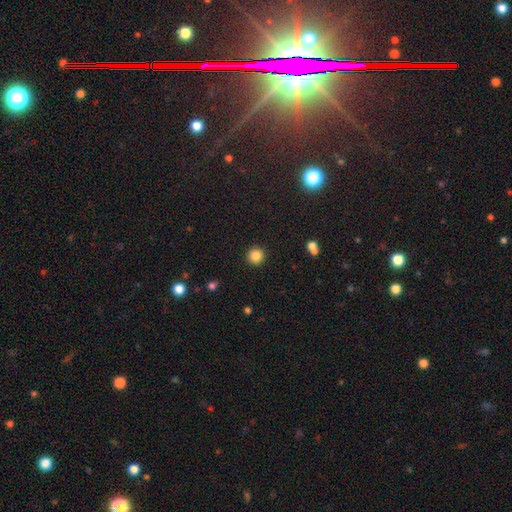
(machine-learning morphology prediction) This is clearly a smooth galaxy (85%). How rounded: clearly round (95%). Merging: clearly none (93%).